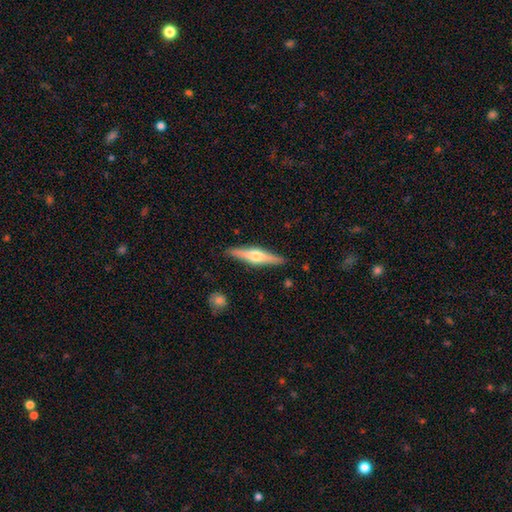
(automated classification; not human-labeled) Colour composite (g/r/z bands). It shows a featured or disk galaxy (65%) viewed edge-on (97%) with a rounded central bulge (93%). Merging: none (89%).